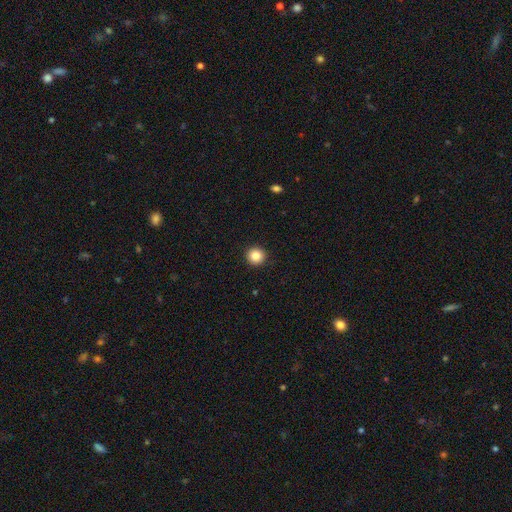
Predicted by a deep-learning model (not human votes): Smooth or featured? smooth (85%)
How rounded? round (95%)
Merging? none (93%)